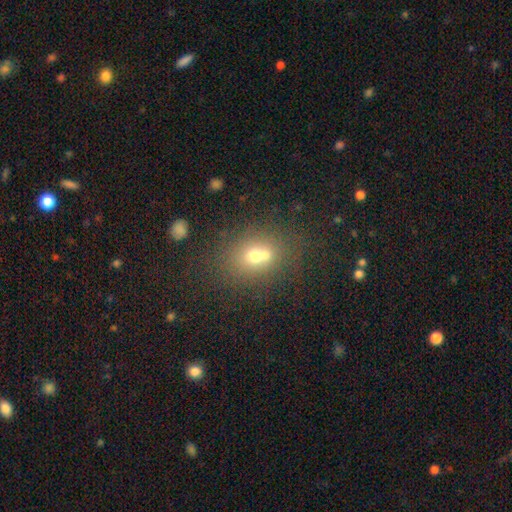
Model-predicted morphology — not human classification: This is likely a smooth galaxy (63%). How rounded: likely round (61%). Merging: marginally merger (44%).